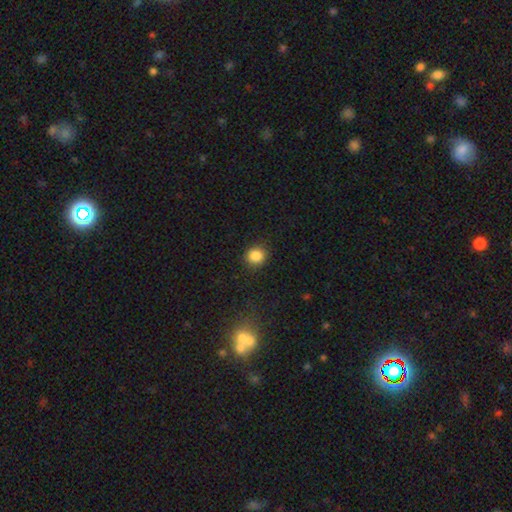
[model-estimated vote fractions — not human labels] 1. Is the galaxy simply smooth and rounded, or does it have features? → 85% smooth, 11% star or artifact, 4% featured or disk.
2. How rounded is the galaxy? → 88% round, 11% in between, 1% cigar-shaped.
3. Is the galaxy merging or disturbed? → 90% none, 7% minor disturbance, 2% major disturbance, 1% merger.